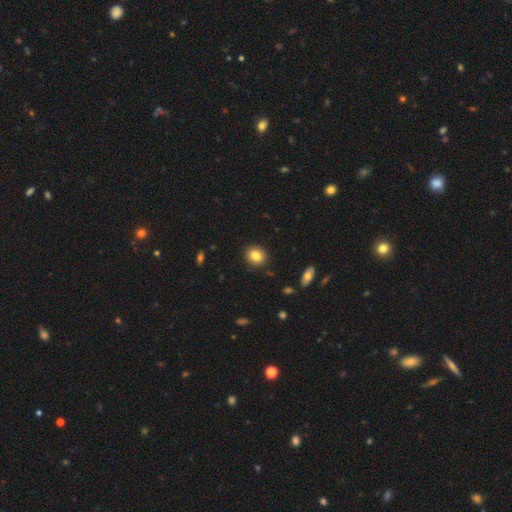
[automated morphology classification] The model was most divided on "how rounded": round: 64%, in between: 35%, cigar-shaped: 1%. More confident: merging — none (90%); smooth or featured — smooth (84%).